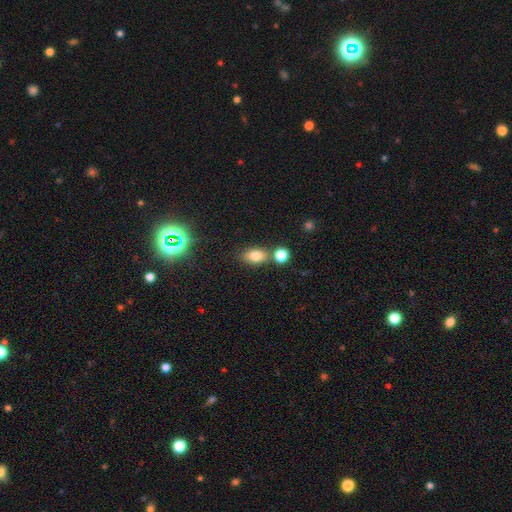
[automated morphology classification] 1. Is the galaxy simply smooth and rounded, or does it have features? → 78% smooth, 12% star or artifact, 9% featured or disk.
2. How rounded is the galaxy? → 82% in between, 15% round, 3% cigar-shaped.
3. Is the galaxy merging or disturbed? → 69% none, 16% merger, 11% minor disturbance, 3% major disturbance.